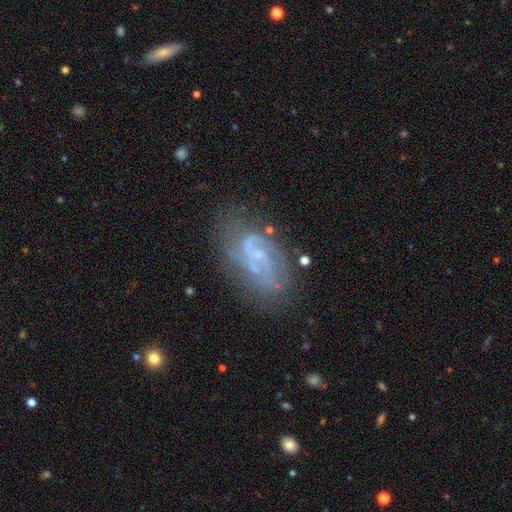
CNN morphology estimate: Smooth or featured?
  - featured or disk: 80% *
  - smooth: 12%
  - star or artifact: 8%
Edge-on disk?
  - no: 96% *
  - yes: 4%
Bar?
  - no: 46% *
  - weak: 44%
  - strong: 10%
Spiral arms?
  - yes: 89% *
  - no: 11%
Spiral winding?
  - medium: 48% *
  - tight: 27%
  - loose: 25%
Spiral arm count?
  - 2: 57% *
  - can't tell: 21%
  - 3: 11%
  - 1: 5%
  - 4: 3%
  - more than 4: 3%
Bulge size?
  - small: 65% *
  - none: 19%
  - moderate: 14%
  - large: 1%
  - dominant: 1%
Merging?
  - none: 66% *
  - minor disturbance: 19%
  - major disturbance: 10%
  - merger: 4%